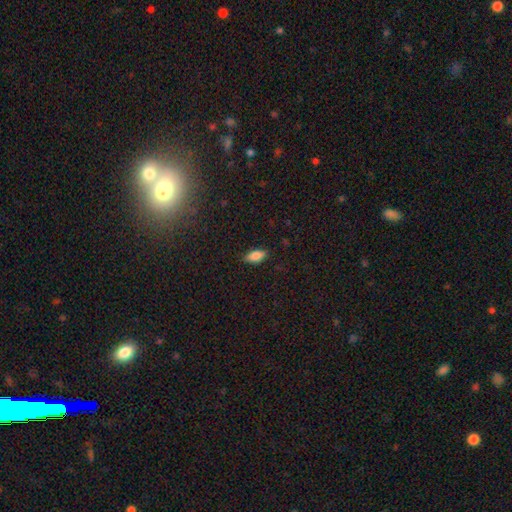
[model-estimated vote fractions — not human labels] Smooth or featured? smooth (83%)
How rounded? in between (87%)
Merging? none (86%)